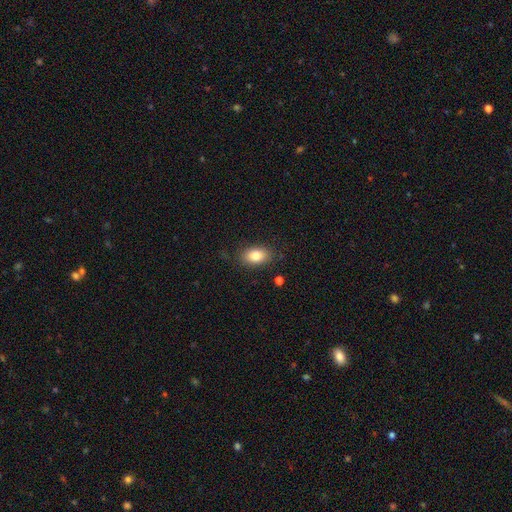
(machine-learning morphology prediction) Smooth or featured?
  - smooth: 82% *
  - featured or disk: 10%
  - star or artifact: 8%
How rounded?
  - in between: 86% *
  - round: 13%
  - cigar-shaped: 2%
Merging?
  - none: 84% *
  - minor disturbance: 11%
  - major disturbance: 3%
  - merger: 1%